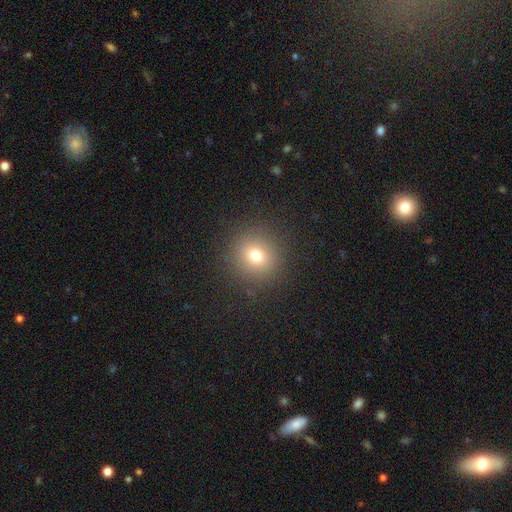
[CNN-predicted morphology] Smooth or featured: smooth — 73% (star or artifact — 17%)
How rounded: round — 91% (in between — 8%)
Merging: none — 89% (minor disturbance — 6%)